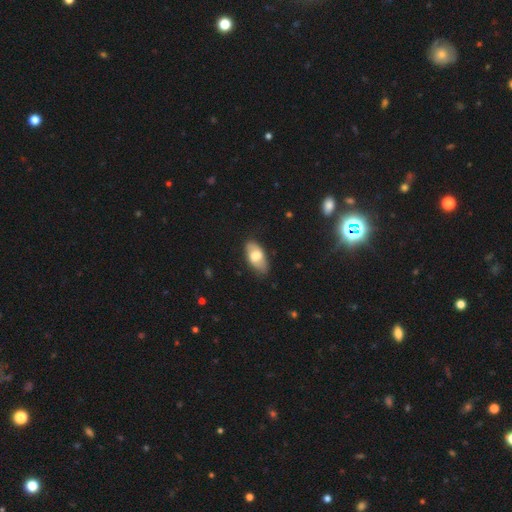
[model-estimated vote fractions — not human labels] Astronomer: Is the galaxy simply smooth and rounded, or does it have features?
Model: smooth — 66%.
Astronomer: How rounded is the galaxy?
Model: in between — 91%.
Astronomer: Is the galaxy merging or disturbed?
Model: none — 80%.